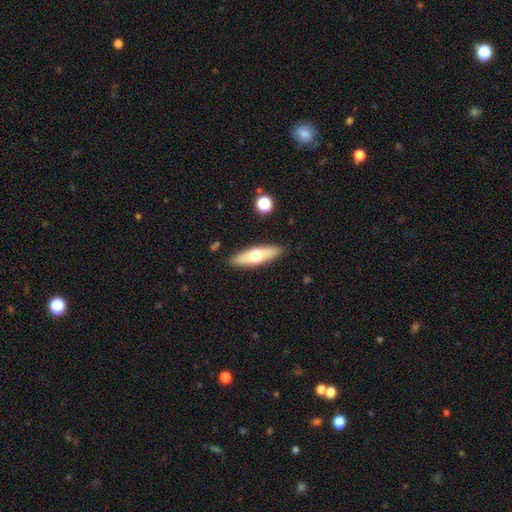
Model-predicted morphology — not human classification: Smooth or featured: smooth — 58% (featured or disk — 36%)
How rounded: cigar-shaped — 59% (in between — 39%)
Merging: none — 88% (minor disturbance — 8%)